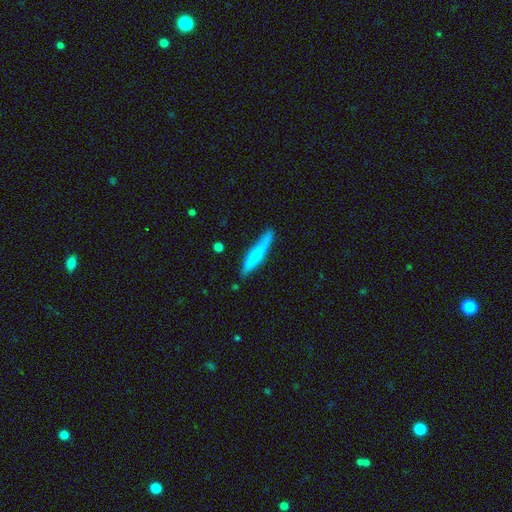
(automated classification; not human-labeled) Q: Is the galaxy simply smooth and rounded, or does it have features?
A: smooth — 63%.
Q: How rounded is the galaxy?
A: cigar-shaped — 92%.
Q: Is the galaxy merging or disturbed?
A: none — 79%.